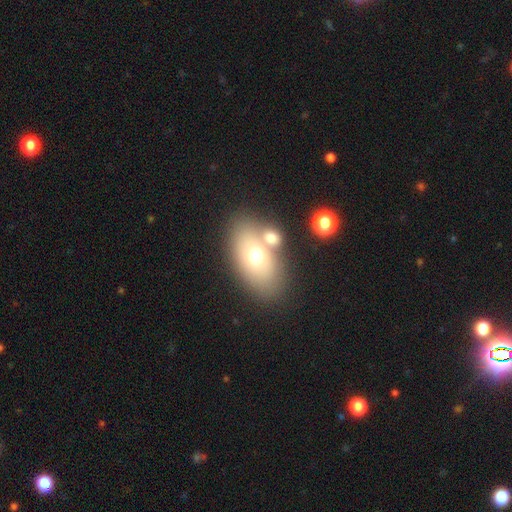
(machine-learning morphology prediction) The model was most divided on "merging": none: 53%, merger: 32%, minor disturbance: 11%, major disturbance: 5%. More confident: how rounded — in between (87%); smooth or featured — smooth (65%).